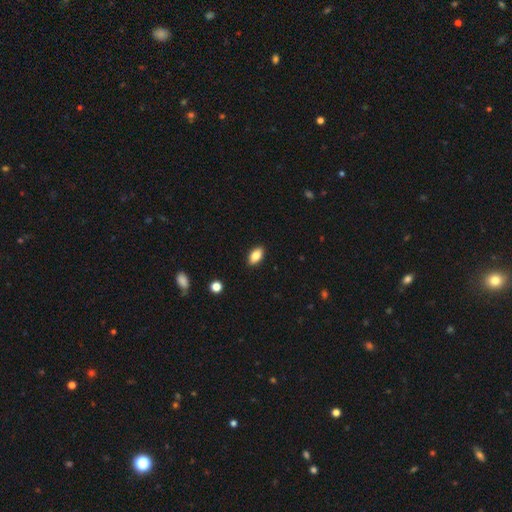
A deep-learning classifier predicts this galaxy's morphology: This appears to be a smooth galaxy with no disk features (84%) that is in between round and cigar-shaped (92%). Merging: none (90%).